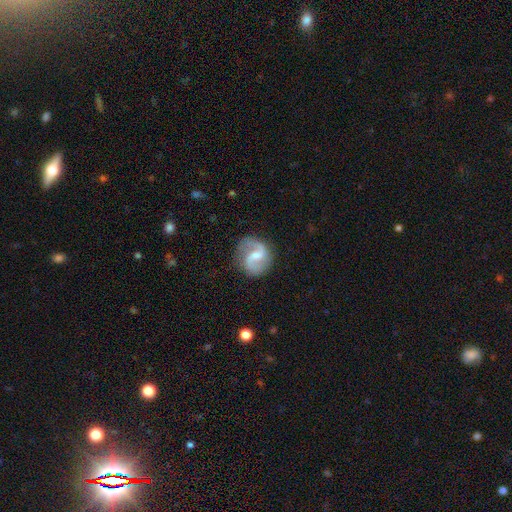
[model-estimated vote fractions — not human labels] Q: Smooth or featured?
A: featured or disk (84%); runner-up: smooth (11%)
Q: Edge-on disk?
A: no (98%); runner-up: yes (2%)
Q: Bar?
A: weak (56%); runner-up: no (24%)
Q: Spiral arms?
A: yes (96%); runner-up: no (4%)
Q: Spiral winding?
A: medium (47%); runner-up: loose (42%)
Q: Spiral arm count?
A: 2 (91%); runner-up: 1 (4%)
Q: Bulge size?
A: small (47%); runner-up: moderate (40%)
Q: Merging?
A: none (79%); runner-up: minor disturbance (14%)